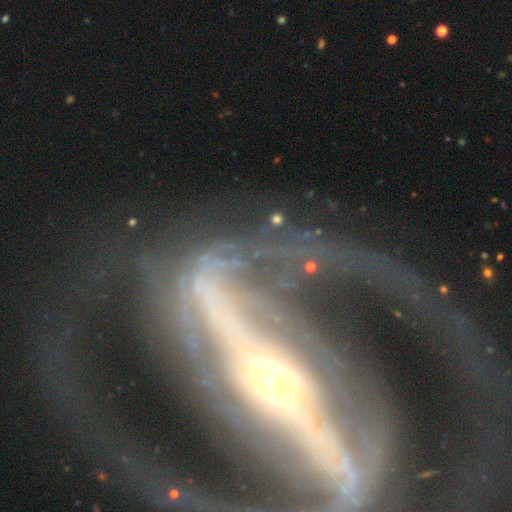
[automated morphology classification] Smooth or featured? featured or disk (85%)
Edge-on disk? no (87%)
Bar? strong (57%)
Spiral arms? yes (78%)
Spiral winding? loose (37%)
Spiral arm count? 2 (55%)
Bulge size? moderate (47%)
Merging? major disturbance (44%)